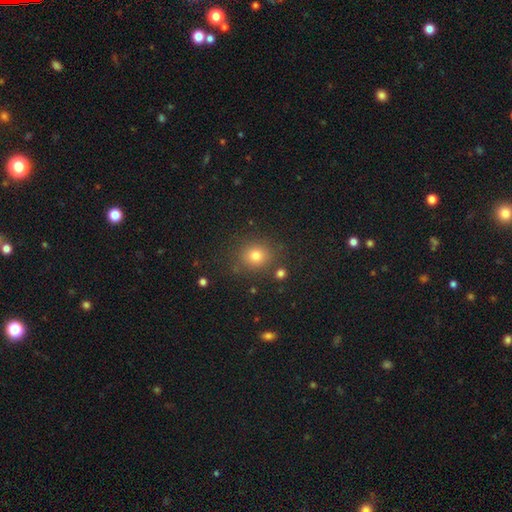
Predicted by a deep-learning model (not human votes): Smooth or featured? smooth (77%)
How rounded? round (82%)
Merging? none (83%)